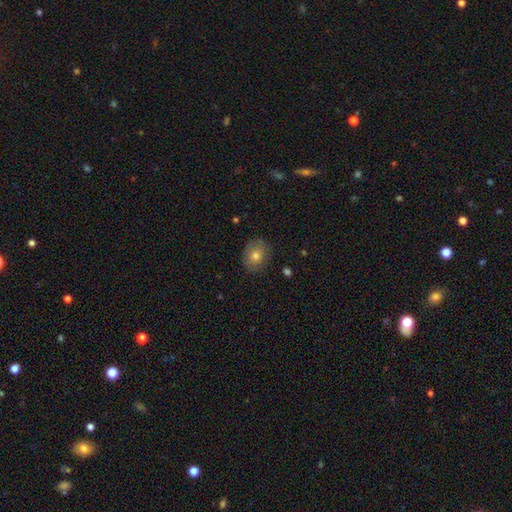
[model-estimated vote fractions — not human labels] A smooth galaxy with no disk features (68%) that is round (53%).

Vote fractions:
- Smooth or featured? smooth: 68% / featured or disk: 22% / star or artifact: 10%
- How rounded? round: 53% / in between: 46% / cigar-shaped: 1%
- Merging? none: 84% / minor disturbance: 12% / major disturbance: 3% / merger: 1%